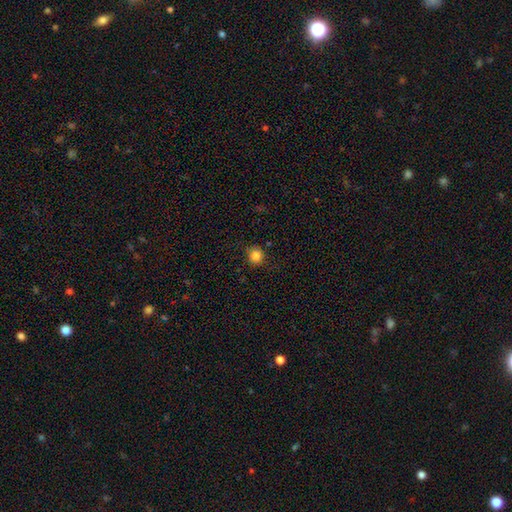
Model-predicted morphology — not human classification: smooth-or-featured: smooth: 84% | star or artifact: 11% | featured or disk: 4%
  how-rounded: round: 90% | in between: 9% | cigar-shaped: 1%
  merging: none: 86% | minor disturbance: 10% | major disturbance: 3% | merger: 2%